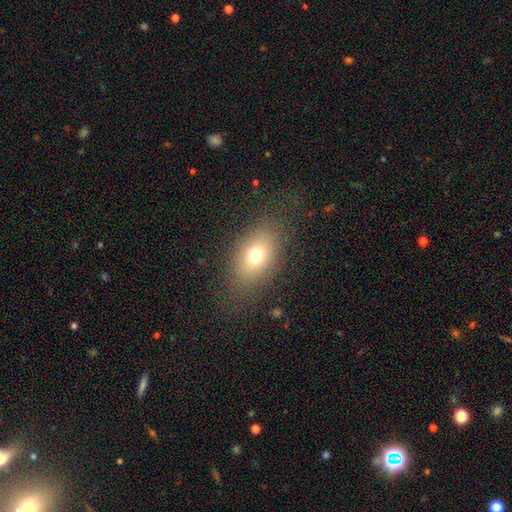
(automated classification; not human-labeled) Overall: smooth (71%). How rounded: in between (79%). Merging: none (77%).